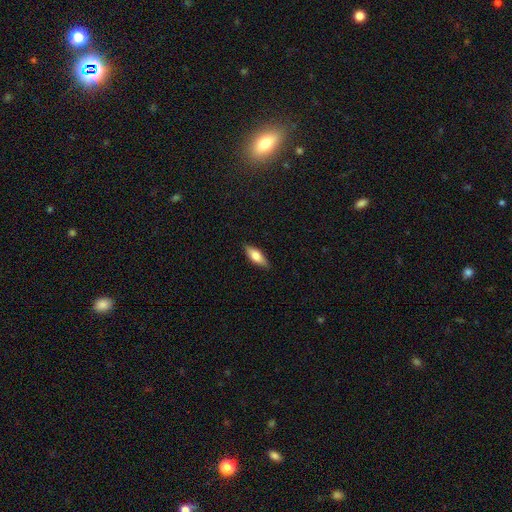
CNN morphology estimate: Smooth or featured? Predicted: smooth (p=0.68). How rounded? Predicted: in between (p=0.68). Merging? Predicted: none (p=0.87).